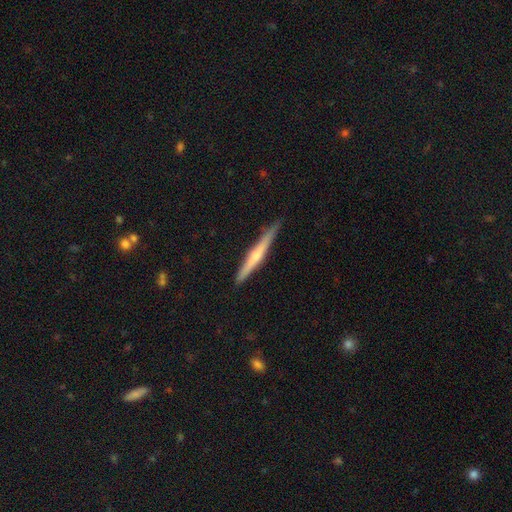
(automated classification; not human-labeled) Smooth or featured? Predicted: featured or disk (p=0.60). Edge-on disk? Predicted: yes (p=0.98). Edge-on bulge? Predicted: rounded (p=0.64). Merging? Predicted: none (p=0.88).